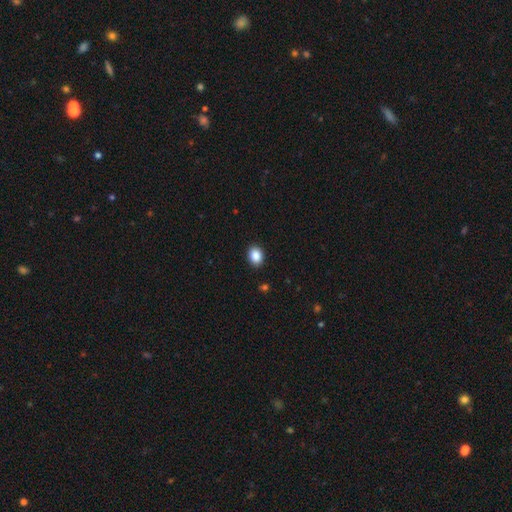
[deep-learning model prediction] Smooth or featured: smooth — 88% (star or artifact — 8%)
How rounded: in between — 62% (round — 37%)
Merging: none — 91% (minor disturbance — 7%)